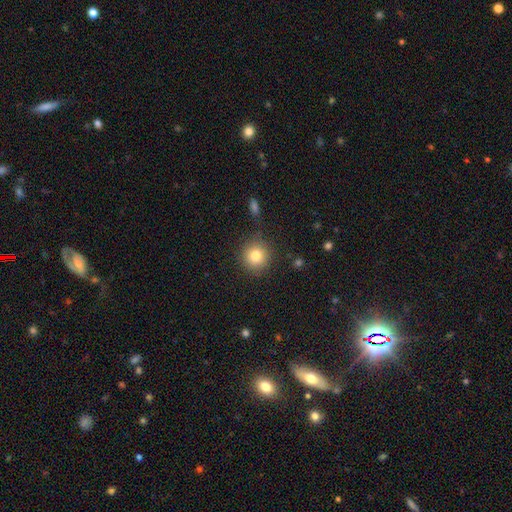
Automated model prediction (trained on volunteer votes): smooth 81%, star or artifact 11%, featured or disk 9%. Down the decision tree: how rounded — round (91%); merging — none (86%).